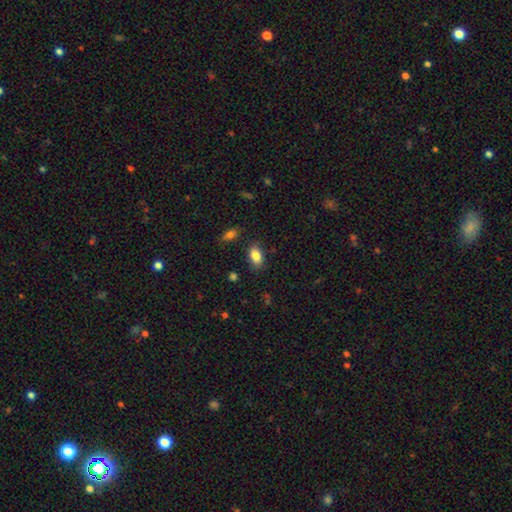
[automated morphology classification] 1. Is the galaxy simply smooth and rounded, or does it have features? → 84% smooth, 8% star or artifact, 7% featured or disk.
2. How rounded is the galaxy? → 89% in between, 9% round, 2% cigar-shaped.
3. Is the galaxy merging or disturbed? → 81% none, 14% minor disturbance, 3% major disturbance, 2% merger.